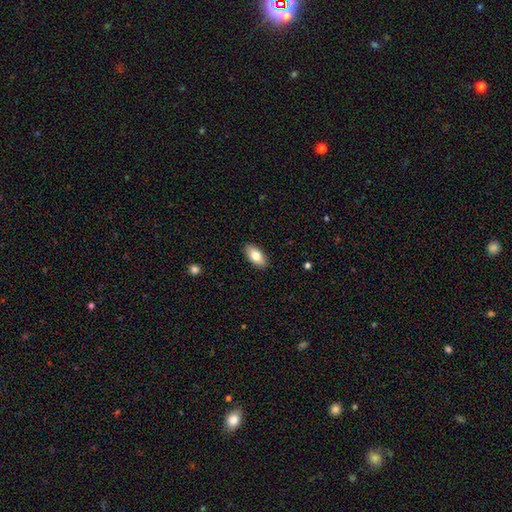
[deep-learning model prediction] The model was most divided on "smooth or featured": smooth: 78%, featured or disk: 15%, star or artifact: 7%. More confident: how rounded — in between (90%); merging — none (89%).